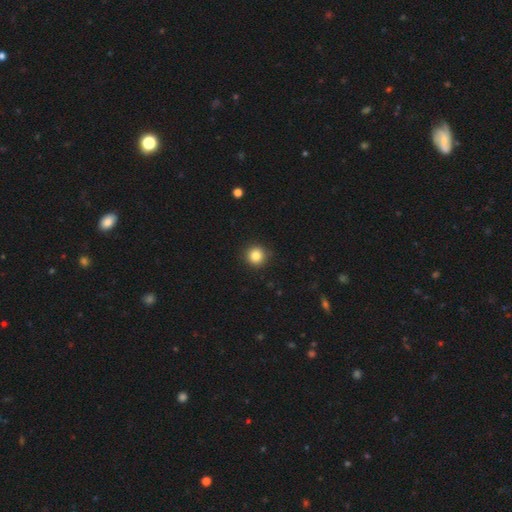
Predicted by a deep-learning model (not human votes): Overall: smooth (84%). How rounded: round (95%). Merging: none (90%).